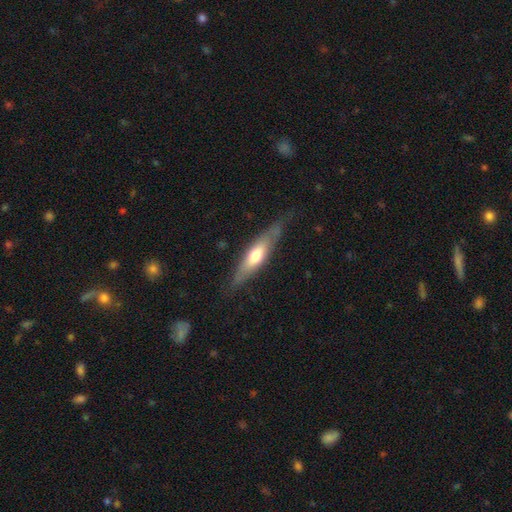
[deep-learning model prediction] Smooth or featured?
  - smooth: 47% * (tied)
  - featured or disk: 47% * (tied)
  - star or artifact: 6%
Merging?
  - none: 76% *
  - minor disturbance: 18%
  - major disturbance: 5%
  - merger: 1%